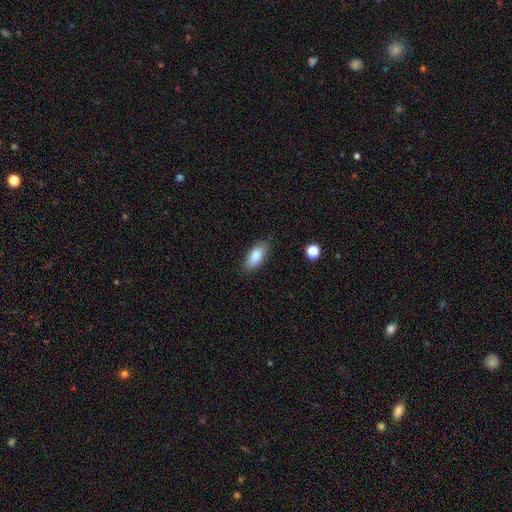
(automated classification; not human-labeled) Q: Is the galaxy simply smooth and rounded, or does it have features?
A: smooth — 84%.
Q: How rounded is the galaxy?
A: in between — 84%.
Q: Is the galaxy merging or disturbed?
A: none — 84%.